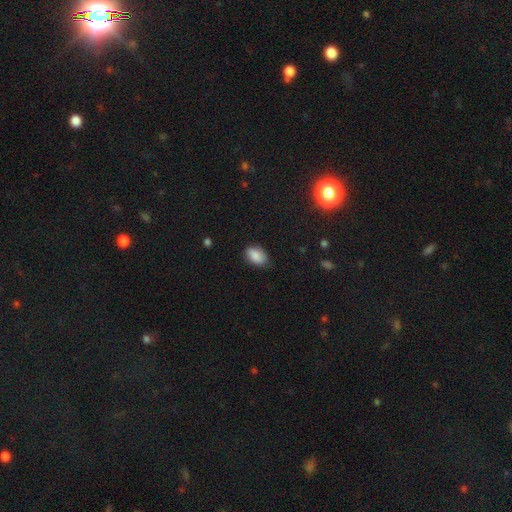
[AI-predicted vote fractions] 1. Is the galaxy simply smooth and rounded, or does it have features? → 84% smooth, 8% featured or disk, 8% star or artifact.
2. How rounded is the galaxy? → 89% in between, 10% round, 1% cigar-shaped.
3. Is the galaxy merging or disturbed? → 77% none, 18% minor disturbance, 3% major disturbance, 1% merger.